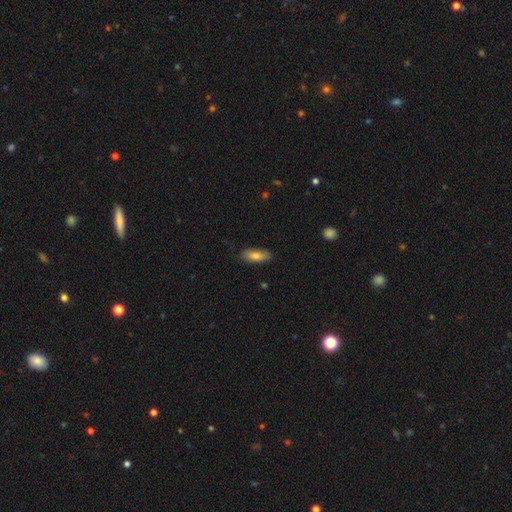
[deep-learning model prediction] Smooth or featured? Predicted: smooth (p=0.79). How rounded? Predicted: in between (p=0.74). Merging? Predicted: none (p=0.81).